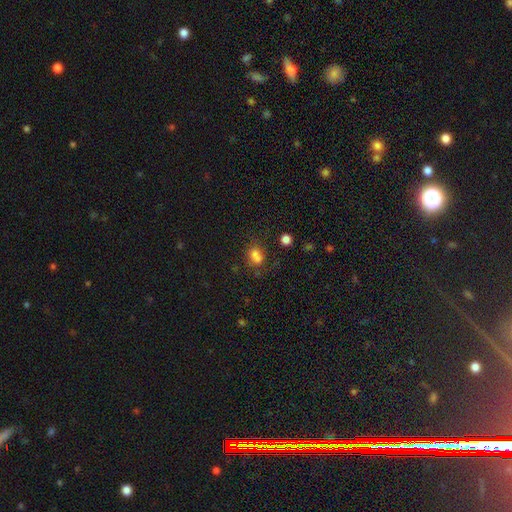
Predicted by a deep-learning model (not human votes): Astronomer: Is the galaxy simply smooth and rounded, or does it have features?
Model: smooth — 74%.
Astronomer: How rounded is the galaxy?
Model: in between — 64%.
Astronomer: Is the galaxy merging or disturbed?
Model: none — 53%.